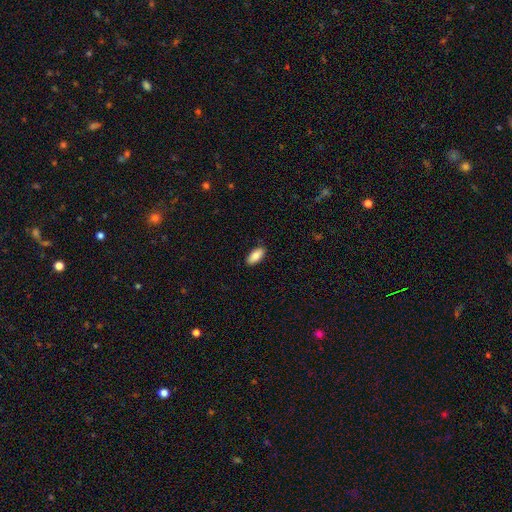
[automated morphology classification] A smooth galaxy with no disk features (86%) that is in between round and cigar-shaped (89%). Merging: none (89%).